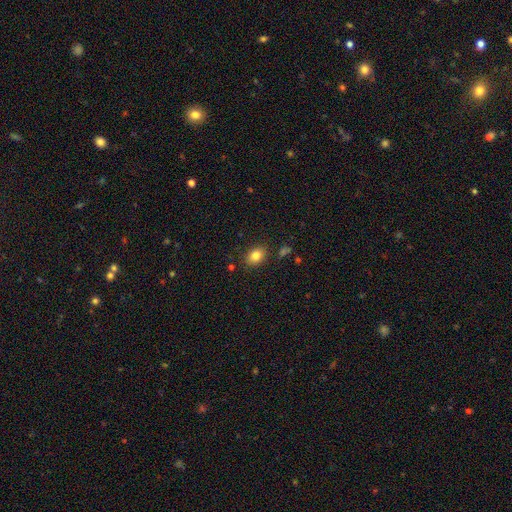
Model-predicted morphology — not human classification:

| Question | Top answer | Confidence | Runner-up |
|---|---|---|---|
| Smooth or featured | smooth | 82% | star or artifact (10%) |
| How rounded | in between | 67% | round (32%) |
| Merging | none | 85% | minor disturbance (10%) |